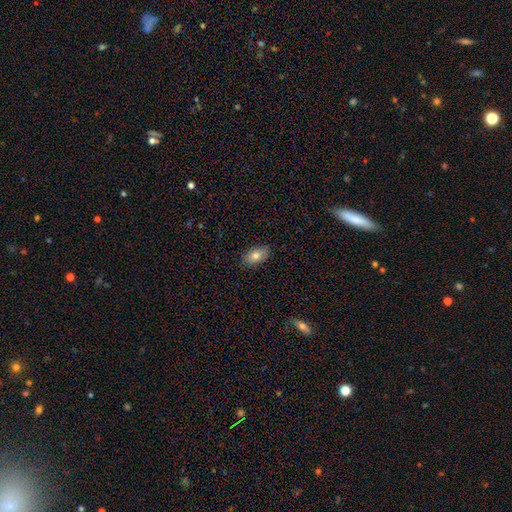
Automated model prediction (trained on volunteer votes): A smooth galaxy with no disk features (80%) that is in between round and cigar-shaped (91%).

Vote fractions:
- Smooth or featured? smooth: 80% / featured or disk: 13% / star or artifact: 8%
- How rounded? in between: 91% / round: 7% / cigar-shaped: 2%
- Merging? none: 84% / minor disturbance: 12% / major disturbance: 2% / merger: 1%